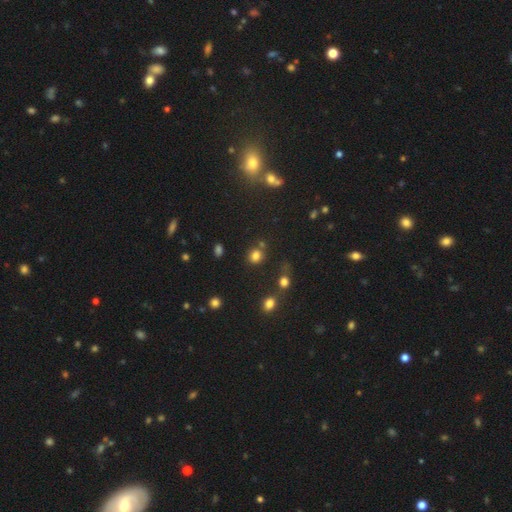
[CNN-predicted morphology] Q: Smooth or featured?
A: smooth (76%); runner-up: star or artifact (17%)
Q: How rounded?
A: round (80%); runner-up: in between (19%)
Q: Merging?
A: none (69%); runner-up: merger (15%)